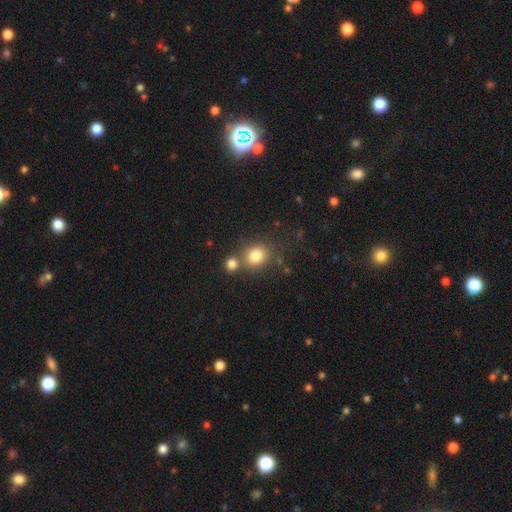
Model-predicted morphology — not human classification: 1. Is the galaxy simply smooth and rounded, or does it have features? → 81% smooth, 12% star or artifact, 8% featured or disk.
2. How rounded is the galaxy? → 73% round, 26% in between, 1% cigar-shaped.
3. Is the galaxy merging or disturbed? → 60% none, 26% merger, 10% minor disturbance, 4% major disturbance.